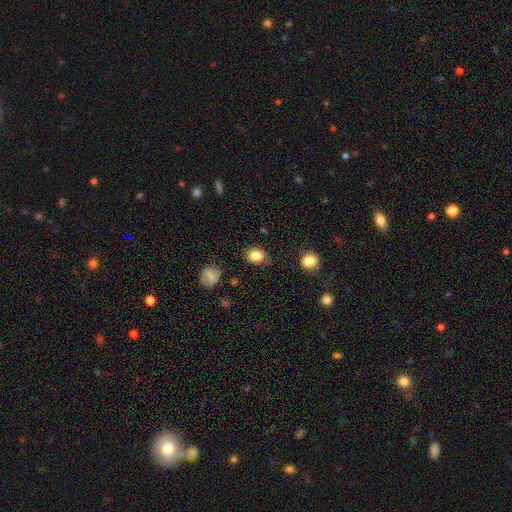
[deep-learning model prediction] Smooth or featured?
  - smooth: 85% *
  - star or artifact: 10%
  - featured or disk: 5%
How rounded?
  - round: 54% *
  - in between: 45%
  - cigar-shaped: 1%
Merging?
  - none: 78% *
  - minor disturbance: 16%
  - major disturbance: 4%
  - merger: 3%